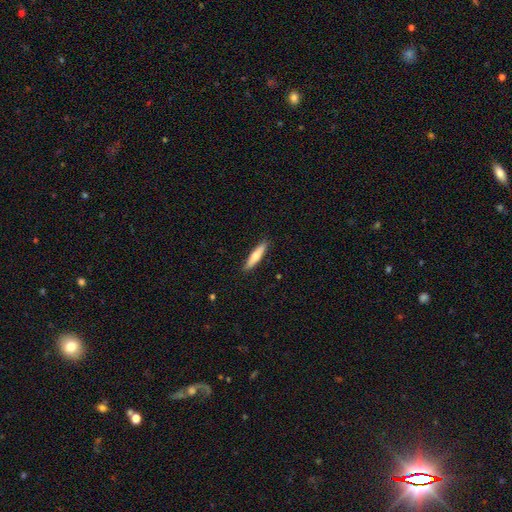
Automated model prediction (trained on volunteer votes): Morphology: type=smooth (71%); roundness=cigar-shaped (85%); merging=none (90%).